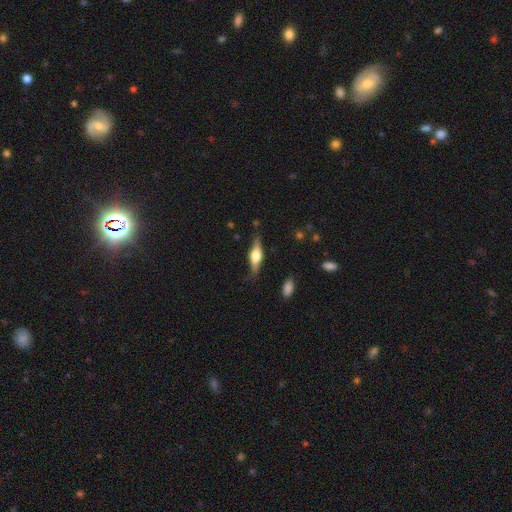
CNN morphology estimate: Smooth or featured? Predicted: featured or disk (p=0.62). Edge-on disk? Predicted: yes (p=0.94). Edge-on bulge? Predicted: rounded (p=0.92). Merging? Predicted: none (p=0.78).